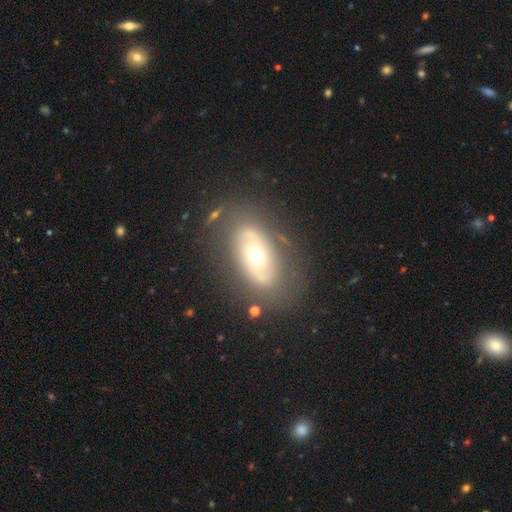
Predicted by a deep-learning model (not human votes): Q: Smooth or featured?
A: featured or disk (59%); runner-up: smooth (33%)
Q: Edge-on disk?
A: no (90%); runner-up: yes (10%)
Q: Bar?
A: no (77%); runner-up: weak (14%)
Q: Spiral arms?
A: no (65%); runner-up: yes (35%)
Q: Bulge size?
A: moderate (63%); runner-up: small (26%)
Q: Merging?
A: none (77%); runner-up: minor disturbance (13%)